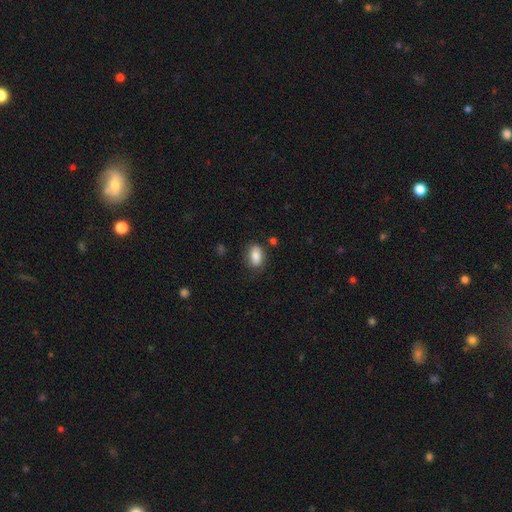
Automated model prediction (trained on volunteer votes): Smooth or featured?
  - smooth: 84% *
  - featured or disk: 8%
  - star or artifact: 8%
How rounded?
  - in between: 85% *
  - round: 12%
  - cigar-shaped: 3%
Merging?
  - none: 78% *
  - minor disturbance: 16%
  - major disturbance: 4%
  - merger: 3%